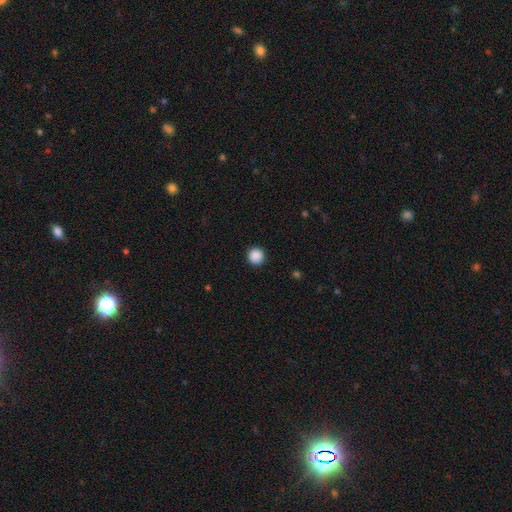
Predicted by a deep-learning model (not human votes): Smooth or featured: smooth — 89% (star or artifact — 9%)
How rounded: round — 95% (in between — 4%)
Merging: none — 92% (minor disturbance — 5%)